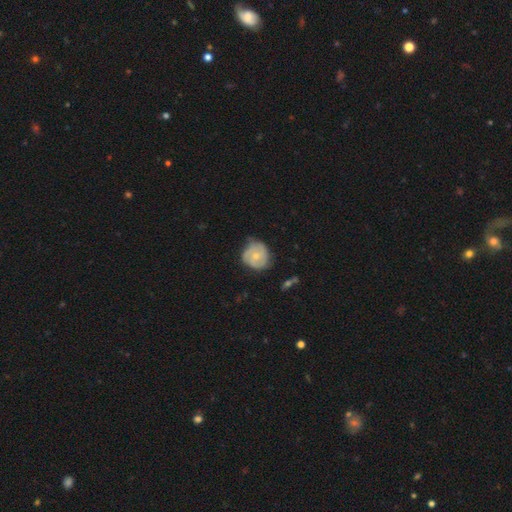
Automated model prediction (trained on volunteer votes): A featured or disk galaxy (49%).

Vote fractions:
- Smooth or featured? featured or disk: 49% / smooth: 45% / star or artifact: 6%
- Merging? none: 55% / minor disturbance: 35% / major disturbance: 8% / merger: 2%